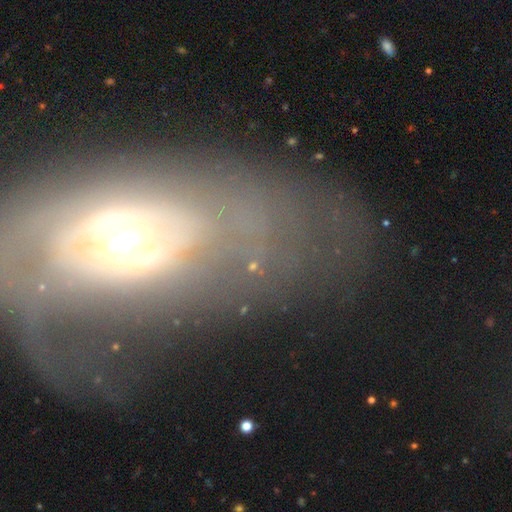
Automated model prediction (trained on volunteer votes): Smooth or featured: featured or disk — 53% (smooth — 25%)
Edge-on disk: no — 78% (yes — 22%)
Merging: none — 47% (major disturbance — 29%)